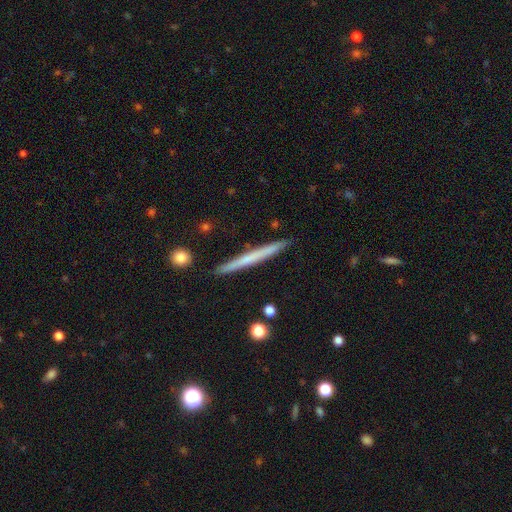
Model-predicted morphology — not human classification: Smooth or featured? Predicted: featured or disk (p=0.52). Edge-on disk? Predicted: yes (p=0.97). Edge-on bulge? Predicted: none (p=0.70). Merging? Predicted: none (p=0.90).